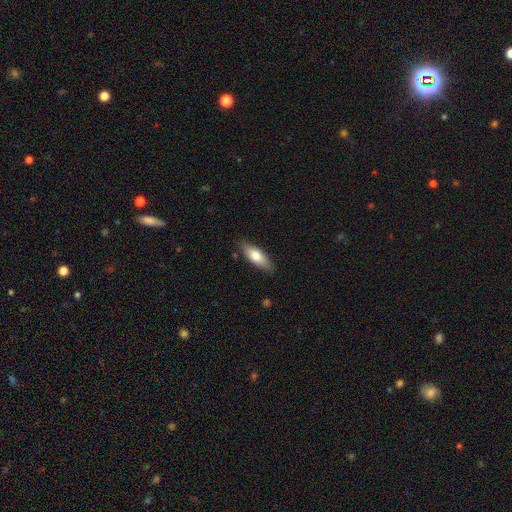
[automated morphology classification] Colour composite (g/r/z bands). It shows a smooth galaxy with no disk features (76%) that is in between round and cigar-shaped (69%). Merging: none (83%).